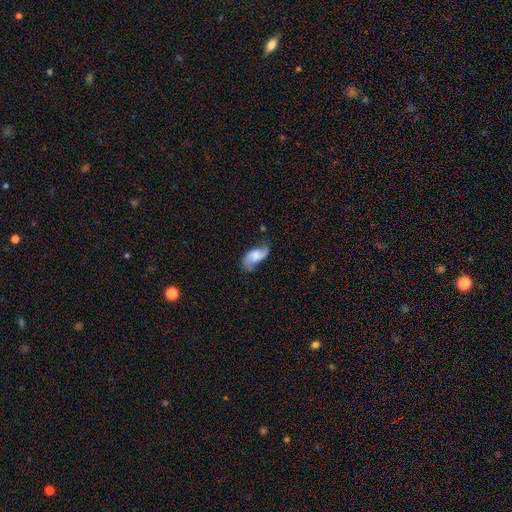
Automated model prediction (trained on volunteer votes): Smooth or featured: featured or disk — 51% (smooth — 41%)
Edge-on disk: no — 94% (yes — 6%)
Merging: none — 53% (minor disturbance — 30%)